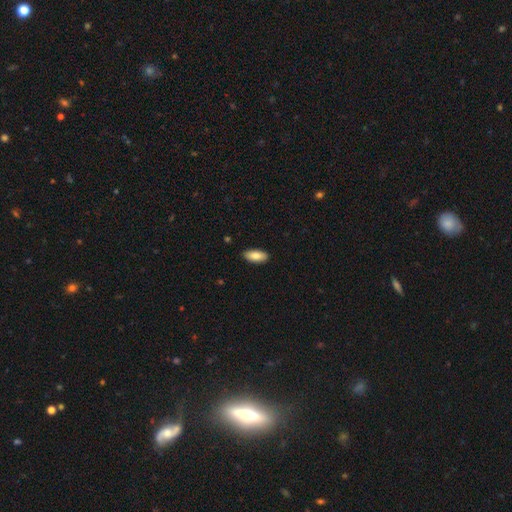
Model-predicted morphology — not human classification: type=smooth (82%); roundness=in between (87%); merging=none (89%).